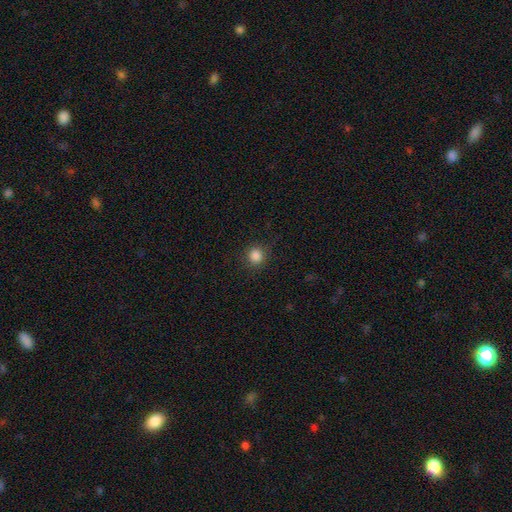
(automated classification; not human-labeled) smooth-or-featured: smooth: 85% | star or artifact: 11% | featured or disk: 4%
  how-rounded: round: 91% | in between: 8% | cigar-shaped: 1%
  merging: none: 89% | minor disturbance: 8% | major disturbance: 3% | merger: 1%